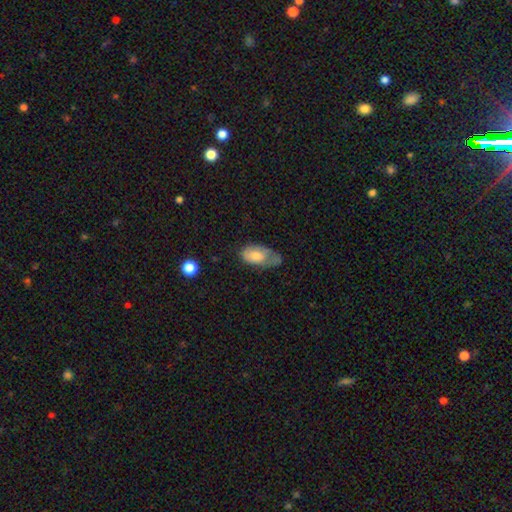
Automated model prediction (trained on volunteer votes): A smooth galaxy with no disk features (67%) that is in between round and cigar-shaped (92%). Merging: minor disturbance (40%).